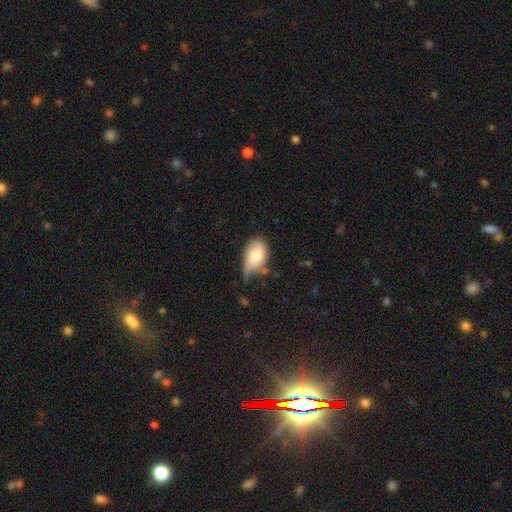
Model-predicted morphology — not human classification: smooth 68%, featured or disk 25%, star or artifact 7%. Down the decision tree: how rounded — in between (87%); merging — minor disturbance (43%).